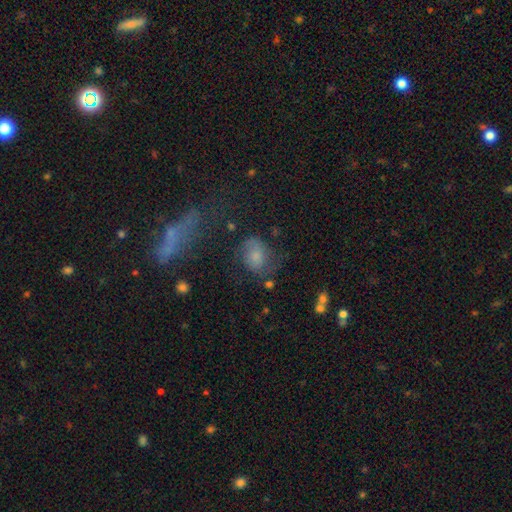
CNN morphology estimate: Smooth or featured: smooth — 59% (featured or disk — 28%)
How rounded: in between — 60% (round — 38%)
Merging: none — 53% (minor disturbance — 24%)